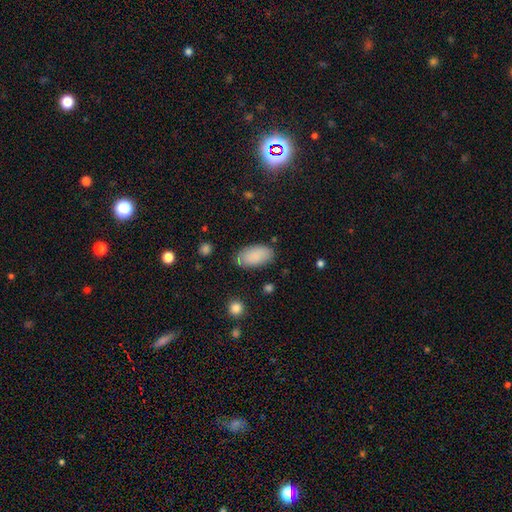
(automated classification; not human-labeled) Smooth or featured: smooth — 87% (featured or disk — 7%)
How rounded: in between — 95% (round — 3%)
Merging: none — 79% (minor disturbance — 15%)